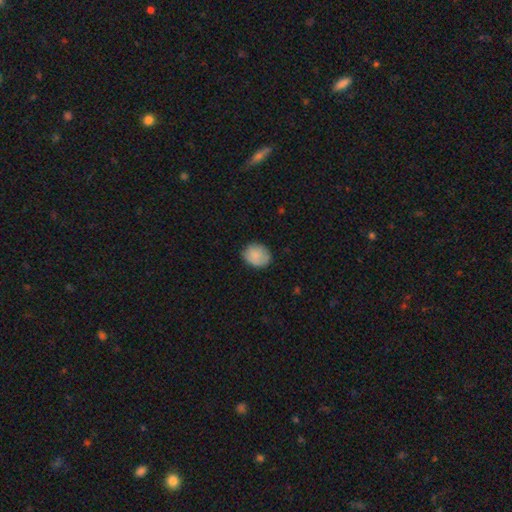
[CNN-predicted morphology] type=smooth (86%); roundness=round (62%); merging=none (80%).